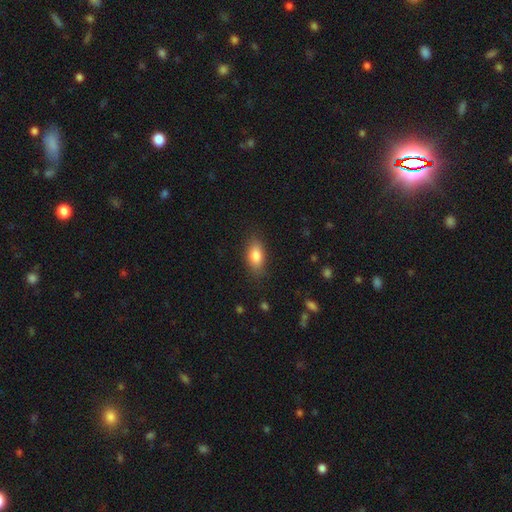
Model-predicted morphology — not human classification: smooth 83%, featured or disk 9%, star or artifact 8%. Down the decision tree: how rounded — in between (87%); merging — none (83%).